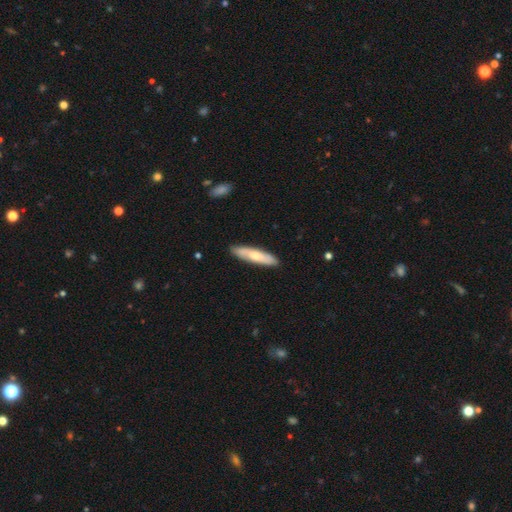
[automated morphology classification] smooth-or-featured: smooth: 61% | featured or disk: 34% | star or artifact: 5%
  how-rounded: cigar-shaped: 73% | in between: 26% | round: 2%
  merging: none: 87% | minor disturbance: 10% | major disturbance: 2% | merger: 1%